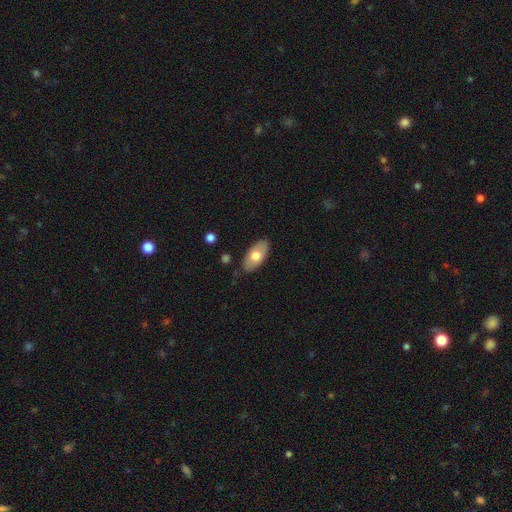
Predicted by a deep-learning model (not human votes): A smooth galaxy with no disk features (66%) that is in between round and cigar-shaped (94%).

Vote fractions:
- Smooth or featured? smooth: 66% / featured or disk: 29% / star or artifact: 6%
- How rounded? in between: 94% / cigar-shaped: 4% / round: 3%
- Merging? none: 85% / minor disturbance: 11% / major disturbance: 2% / merger: 2%